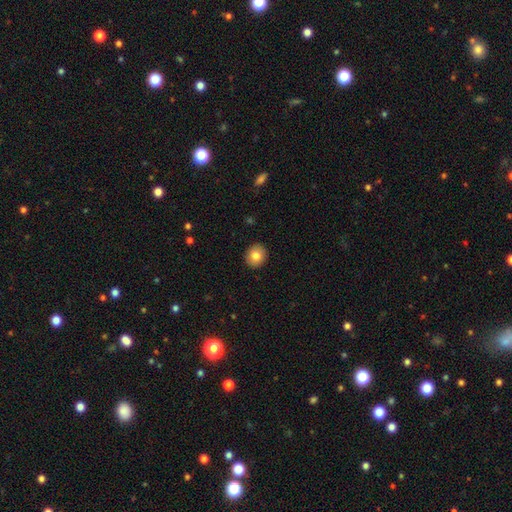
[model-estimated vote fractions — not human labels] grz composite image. It shows a smooth galaxy with no disk features (82%) that is round (81%). Merging: none (92%).